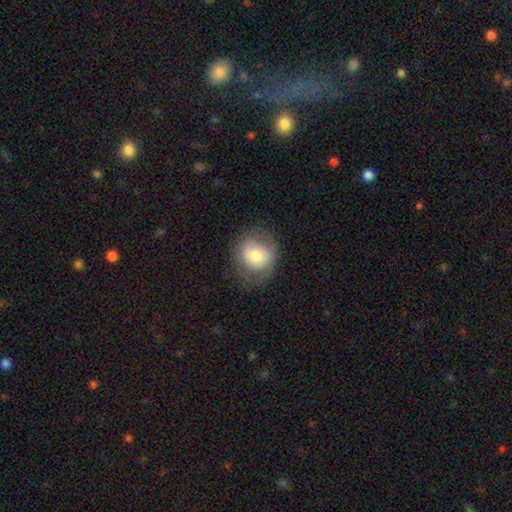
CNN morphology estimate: A smooth galaxy with no disk features (68%) that is round (76%).

Vote fractions:
- Smooth or featured? smooth: 68% / featured or disk: 24% / star or artifact: 8%
- How rounded? round: 76% / in between: 23% / cigar-shaped: 1%
- Merging? none: 71% / minor disturbance: 18% / major disturbance: 9% / merger: 1%